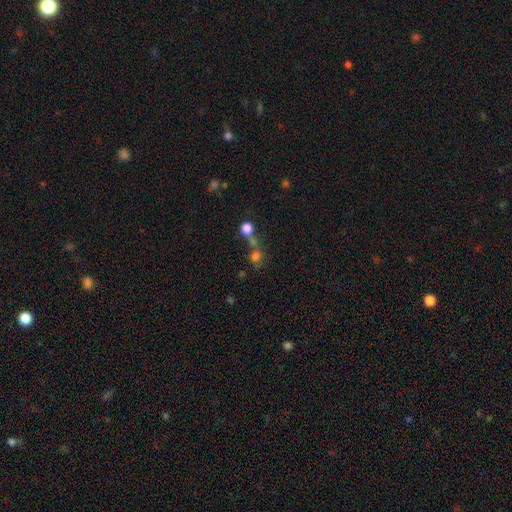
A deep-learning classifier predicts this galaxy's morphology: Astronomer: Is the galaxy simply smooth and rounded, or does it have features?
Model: smooth — 54% (runner-up: star or artifact, 32%).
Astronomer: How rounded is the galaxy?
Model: round — 77%.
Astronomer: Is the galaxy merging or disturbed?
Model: none — 45% (runner-up: merger, 41%).